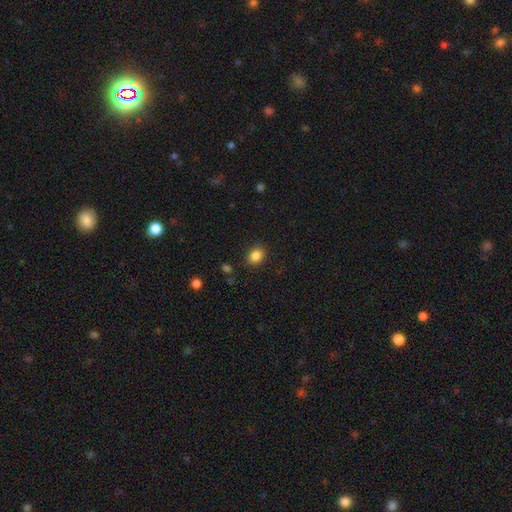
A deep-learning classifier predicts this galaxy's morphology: smooth 85%, star or artifact 10%, featured or disk 5%. Down the decision tree: how rounded — round (50%); merging — none (86%).